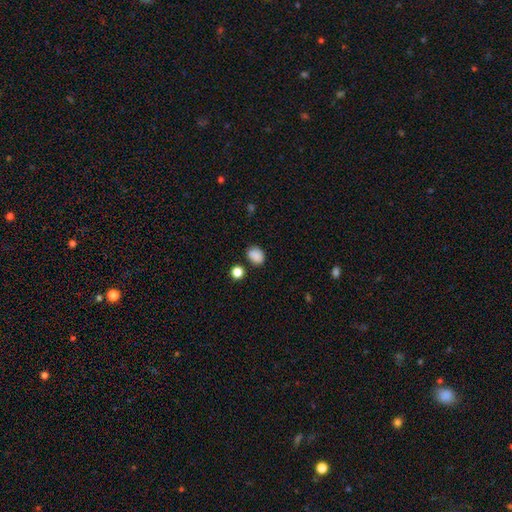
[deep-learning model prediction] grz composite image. It shows a smooth galaxy with no disk features (85%) that is in between round and cigar-shaped (55%). Merging: none (76%).